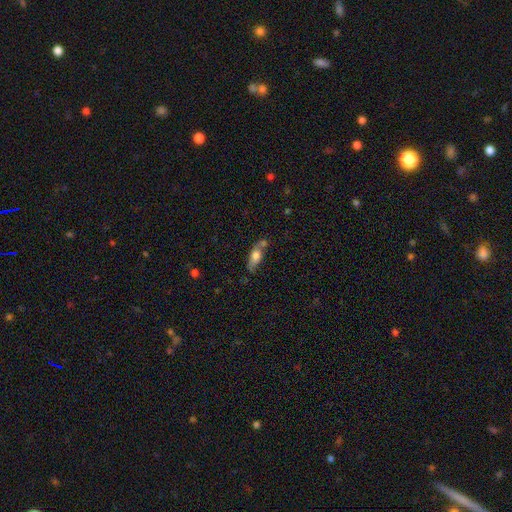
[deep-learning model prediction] This is likely a smooth galaxy (64%). How rounded: likely in between (68%). Merging: possibly none (47%).